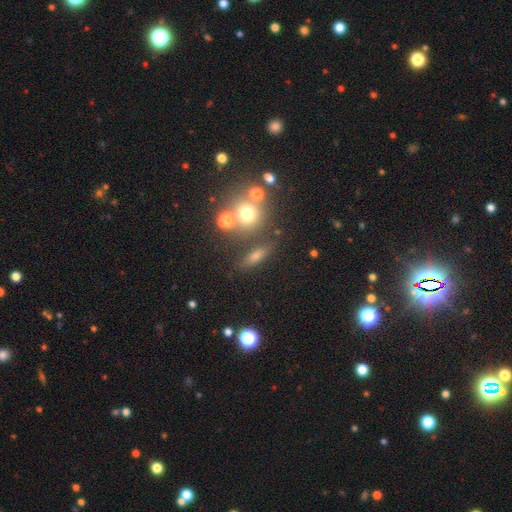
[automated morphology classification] type=smooth (53%); roundness=cigar-shaped (45%); merging=none (75%).